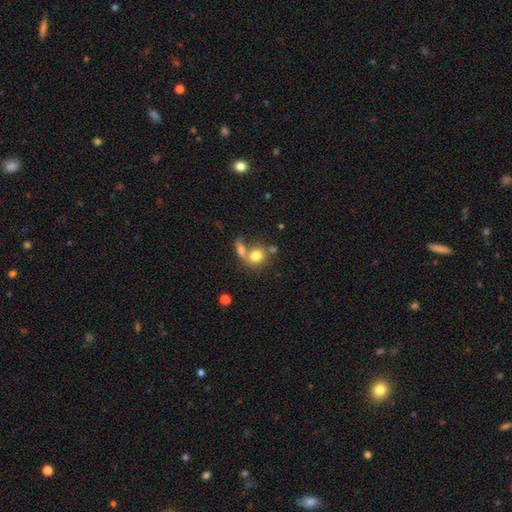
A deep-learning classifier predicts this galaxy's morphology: A smooth galaxy with no disk features (76%) that is round (68%).

Vote fractions:
- Smooth or featured? smooth: 76% / featured or disk: 14% / star or artifact: 10%
- How rounded? round: 68% / in between: 30% / cigar-shaped: 2%
- Merging? merger: 45% / none: 38% / minor disturbance: 10% / major disturbance: 7%